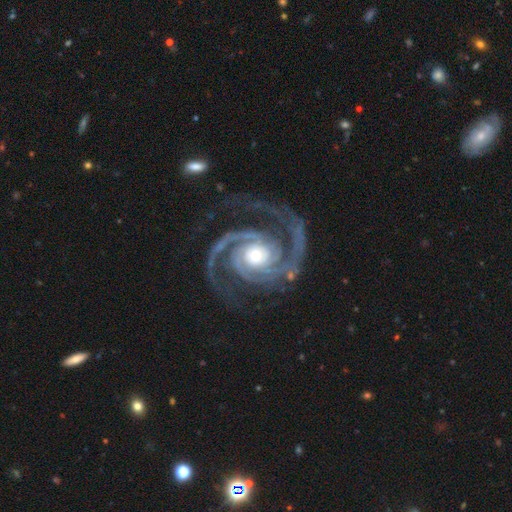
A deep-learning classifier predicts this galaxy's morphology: Overall: featured or disk (94%). Edge-on disk: no (98%). Bar: no (71%). Spiral arms: yes (99%). Spiral arm count: 2 (55%; 3 22%). Spiral winding: tight (52%; medium 40%). Bulge size: moderate (55%; small 37%). Merging: none (68%).